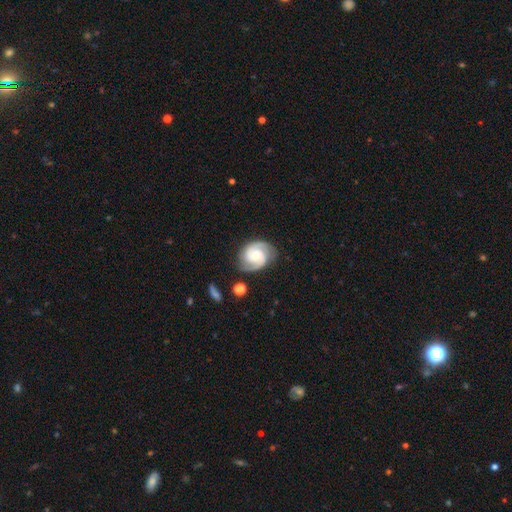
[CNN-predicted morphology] The model was most divided on "spiral winding": tight: 46%, medium: 45%, loose: 9%. More confident: edge-on disk — no (98%); spiral arms — yes (98%); spiral arm count — 2 (90%); smooth or featured — featured or disk (88%); merging — none (80%); bulge size — moderate (56%); bar — no (54%).